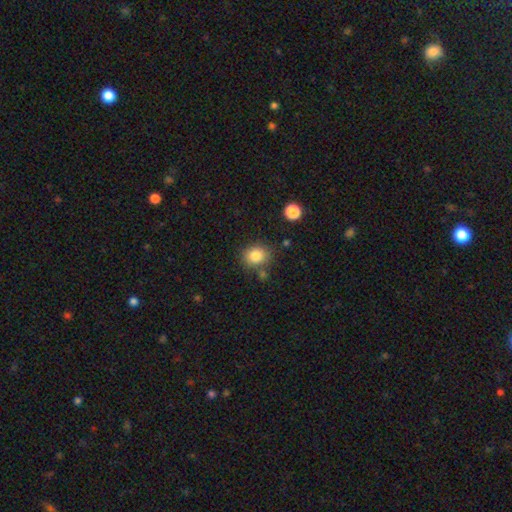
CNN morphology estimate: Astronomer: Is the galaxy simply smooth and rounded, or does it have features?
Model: smooth — 83%.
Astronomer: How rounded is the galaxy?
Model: round — 68%.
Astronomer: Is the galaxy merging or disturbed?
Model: none — 77%.